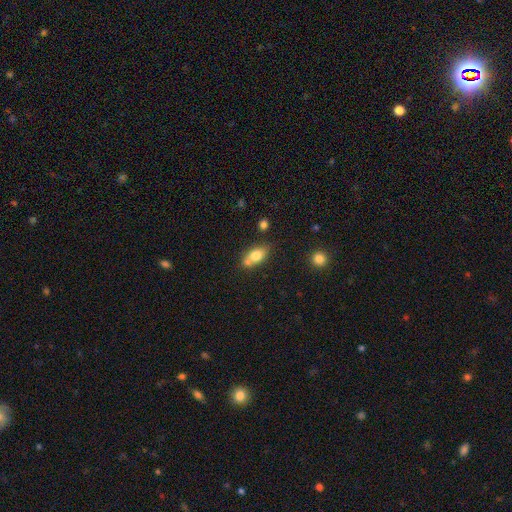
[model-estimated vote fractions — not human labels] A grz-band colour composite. It shows a smooth galaxy with no disk features (75%) that is in between round and cigar-shaped (82%). Merging: none (53%).